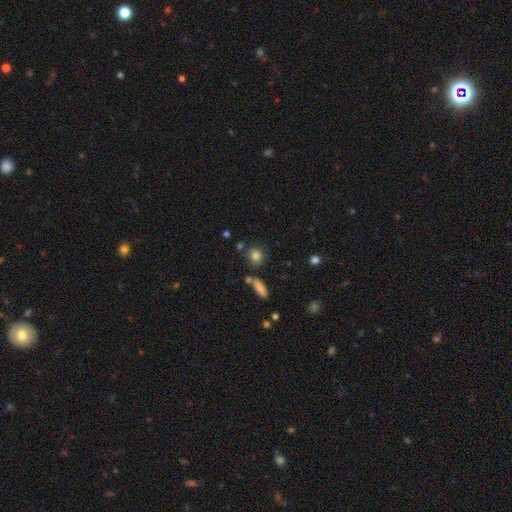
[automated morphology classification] Overall: smooth (83%). How rounded: round (76%). Merging: none (75%).